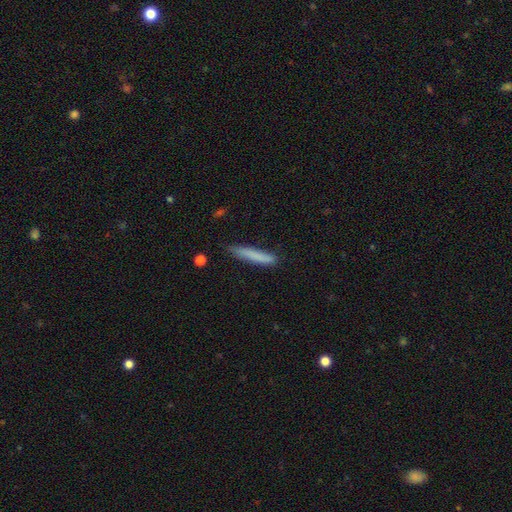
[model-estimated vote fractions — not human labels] smooth 80%, featured or disk 14%, star or artifact 6%. Down the decision tree: how rounded — cigar-shaped (93%); merging — none (79%).